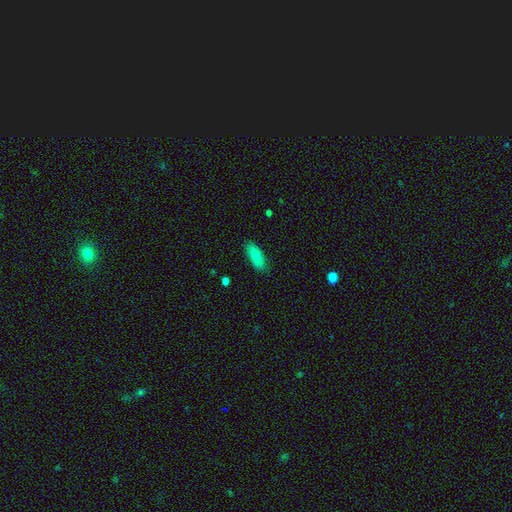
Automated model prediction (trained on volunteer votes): The model was most divided on "how rounded": in between: 73%, cigar-shaped: 25%, round: 2%. More confident: merging — none (86%); smooth or featured — smooth (83%).